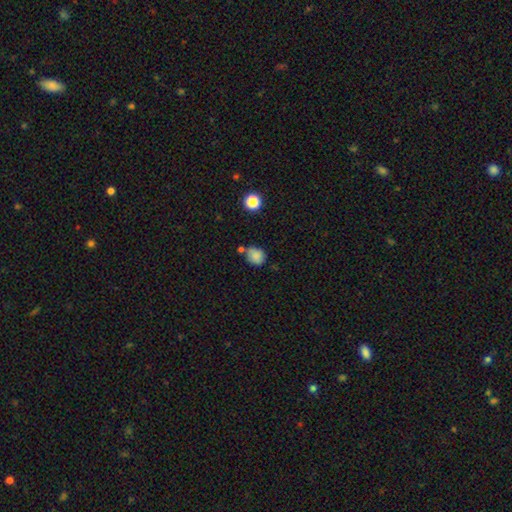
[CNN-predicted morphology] Smooth or featured? smooth (80%)
How rounded? round (66%)
Merging? none (56%)